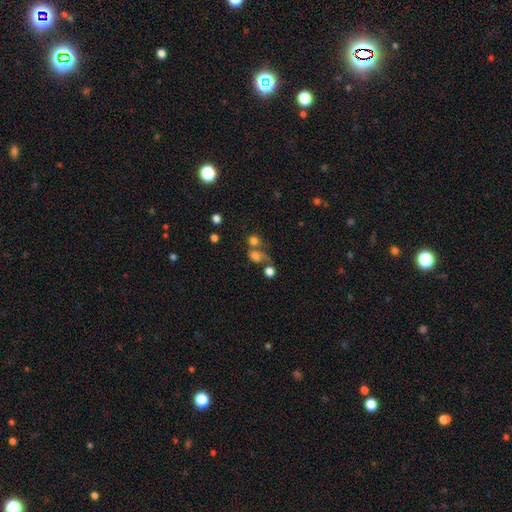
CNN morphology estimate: Overall: smooth (68%). How rounded: round (51%; in between 47%). Merging: merger (42%; none 30%).